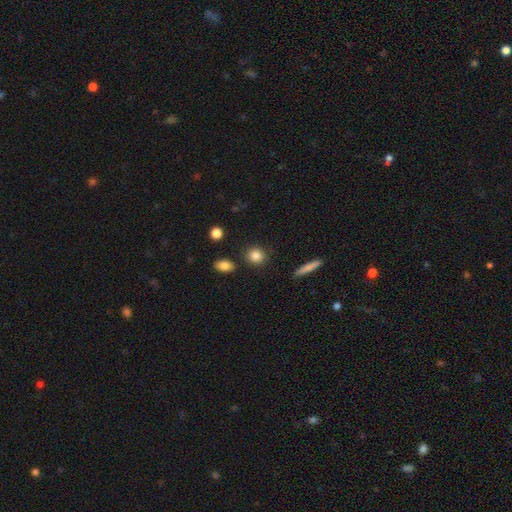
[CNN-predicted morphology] This appears to be a smooth galaxy with no disk features (85%) that is round (80%). Merging: none (86%).